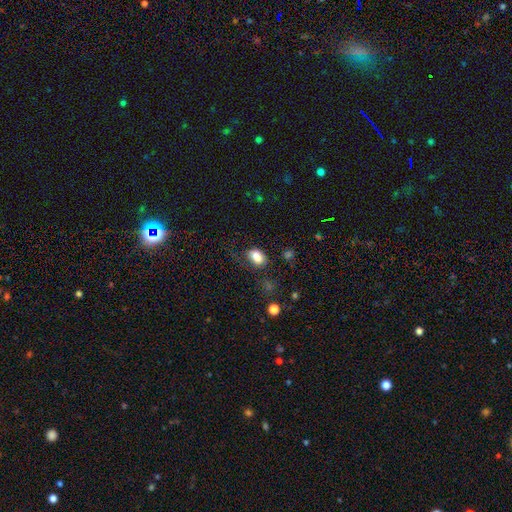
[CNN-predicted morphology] This appears to be a smooth galaxy with no disk features (82%) that is in between round and cigar-shaped (81%). Merging: none (53%).